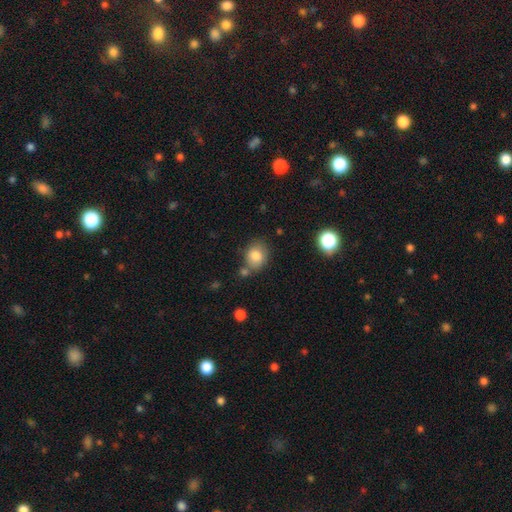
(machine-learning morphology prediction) The model was most divided on "how rounded": round: 60%, in between: 39%, cigar-shaped: 1%. More confident: smooth or featured — smooth (81%); merging — none (66%).